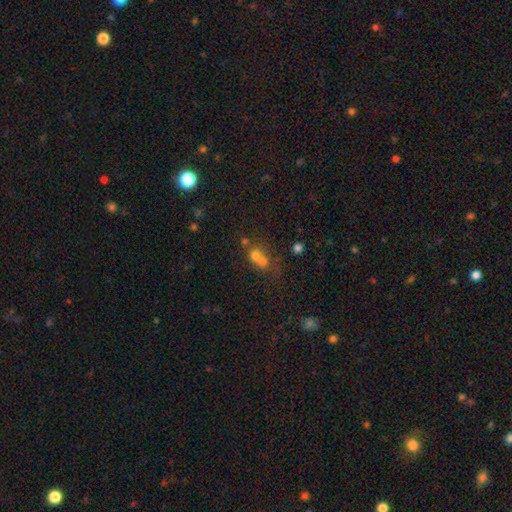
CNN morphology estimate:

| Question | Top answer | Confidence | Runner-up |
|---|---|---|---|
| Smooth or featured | smooth | 65% | featured or disk (18%) |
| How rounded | round | 78% | in between (21%) |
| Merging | merger | 61% | none (28%) |